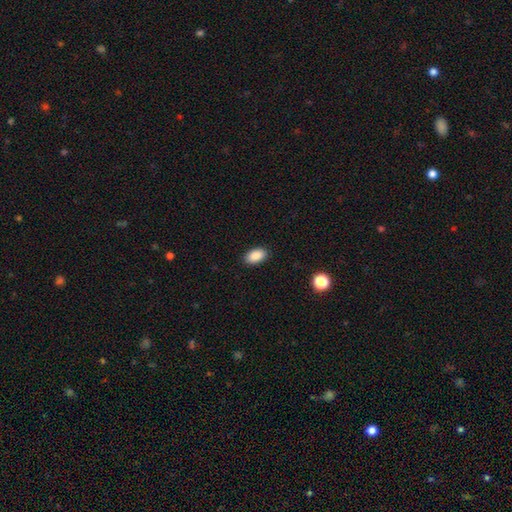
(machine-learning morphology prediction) This appears to be a smooth galaxy with no disk features (89%) that is in between round and cigar-shaped (93%). Merging: none (89%).